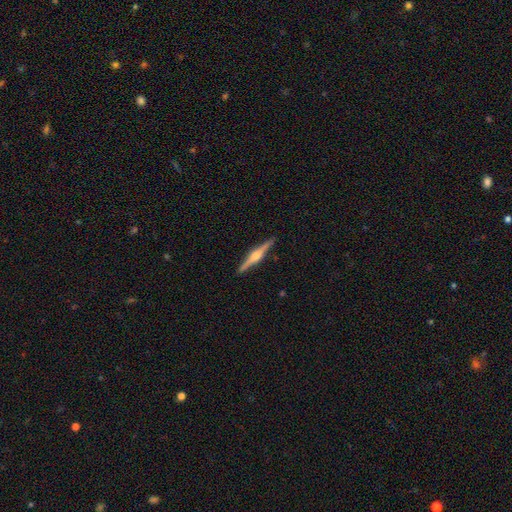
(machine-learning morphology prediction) Overall: featured or disk (81%). Edge-on disk: yes (98%). Edge-on bulge: rounded (85%). Merging: none (92%).